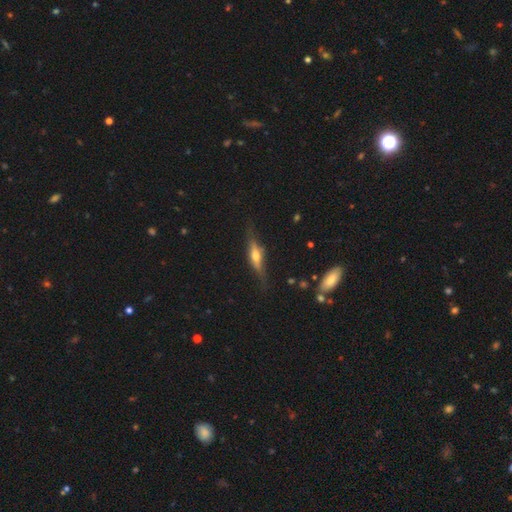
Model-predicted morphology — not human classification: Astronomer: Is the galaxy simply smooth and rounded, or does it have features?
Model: featured or disk — 64%.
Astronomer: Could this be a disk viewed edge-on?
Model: yes — 92%.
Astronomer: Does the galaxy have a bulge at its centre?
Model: rounded — 87%.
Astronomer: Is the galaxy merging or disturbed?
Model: none — 75%.